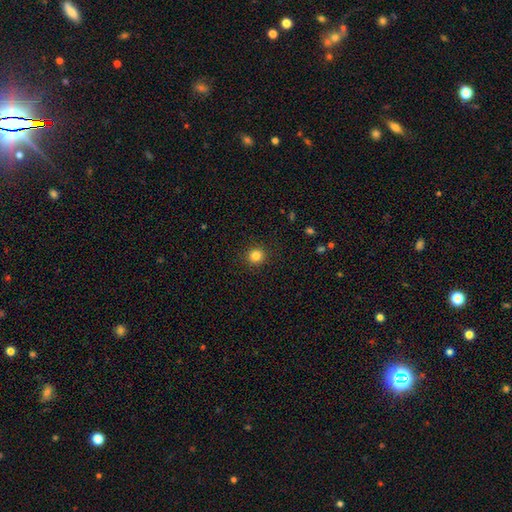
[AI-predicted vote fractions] Smooth or featured? smooth (83%)
How rounded? round (91%)
Merging? none (91%)